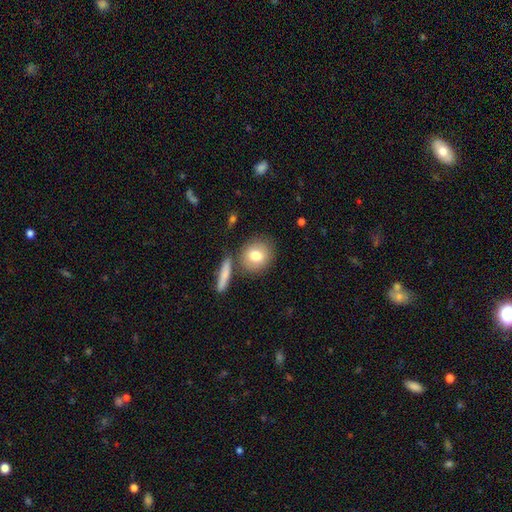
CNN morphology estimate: Smooth or featured?
  - smooth: 78% *
  - featured or disk: 15%
  - star or artifact: 8%
How rounded?
  - round: 78% *
  - in between: 20%
  - cigar-shaped: 2%
Merging?
  - none: 73% *
  - merger: 13%
  - minor disturbance: 11%
  - major disturbance: 3%